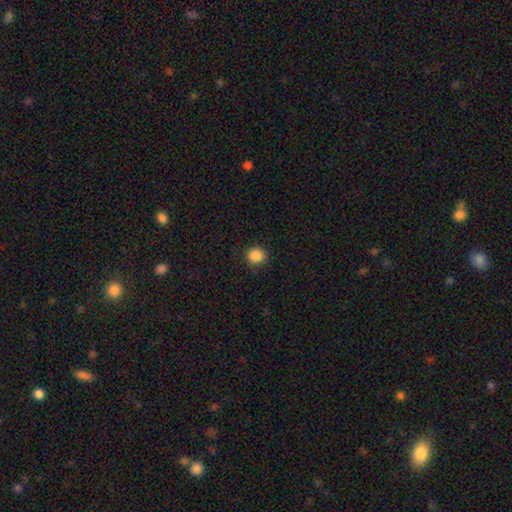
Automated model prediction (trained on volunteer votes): This appears to be a smooth galaxy with no disk features (87%) that is round (92%). Merging: none (89%).